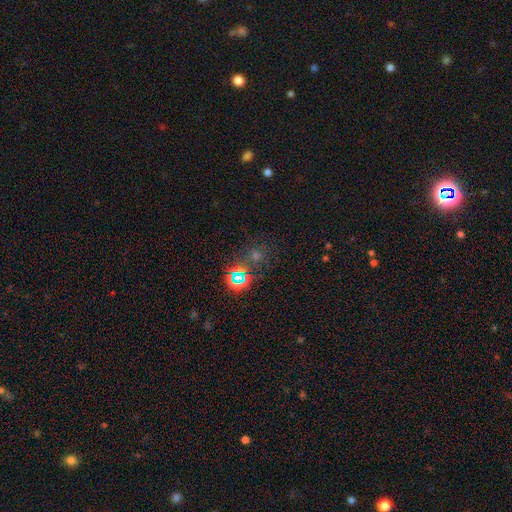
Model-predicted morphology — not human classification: This is likely a star or artifact rather than a galaxy (61%).